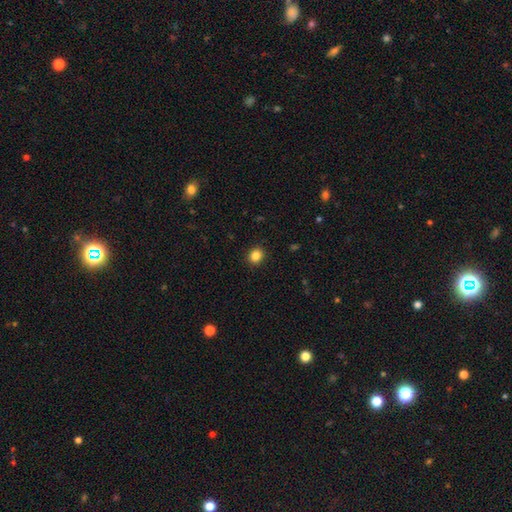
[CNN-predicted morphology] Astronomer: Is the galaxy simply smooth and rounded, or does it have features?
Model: smooth — 85%.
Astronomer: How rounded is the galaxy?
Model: round — 71%.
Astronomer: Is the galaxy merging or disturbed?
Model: none — 91%.